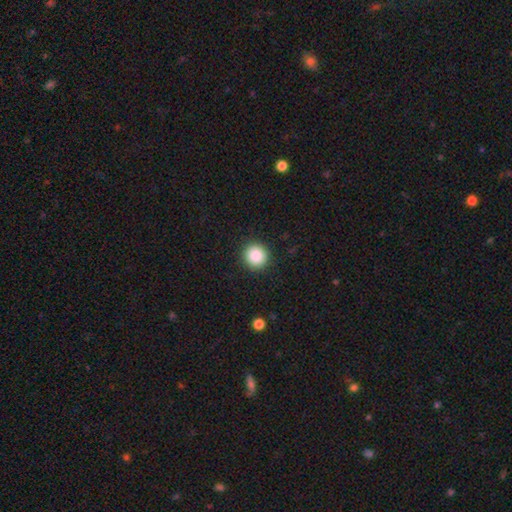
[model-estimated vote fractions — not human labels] The model was most divided on "smooth or featured": smooth: 88%, star or artifact: 9%, featured or disk: 3%. More confident: how rounded — round (94%); merging — none (92%).